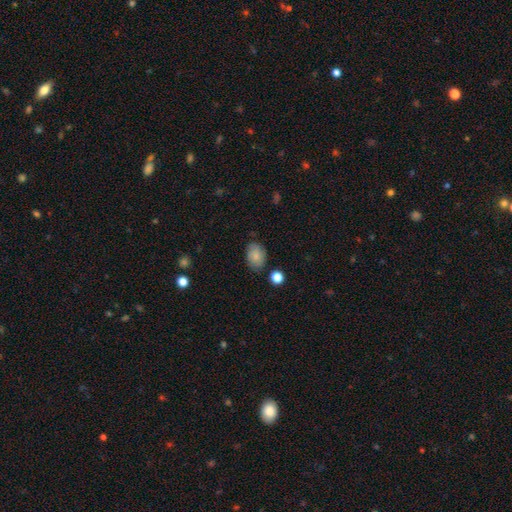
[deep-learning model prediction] smooth 81%, featured or disk 11%, star or artifact 8%. Down the decision tree: how rounded — in between (77%); merging — none (79%).